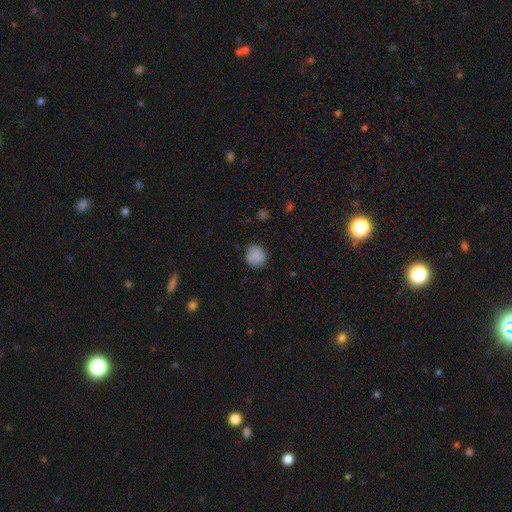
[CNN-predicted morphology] Smooth or featured: smooth — 85% (star or artifact — 9%)
How rounded: round — 79% (in between — 20%)
Merging: none — 79% (minor disturbance — 16%)